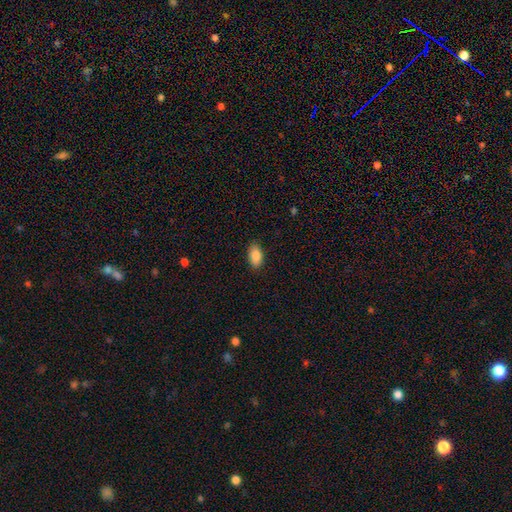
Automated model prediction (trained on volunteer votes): smooth_or_featured: smooth (p=0.88) [alt: star or artifact p=0.07]
how_rounded: in between (p=0.93) [alt: round p=0.04]
merging: none (p=0.86) [alt: minor disturbance p=0.11]